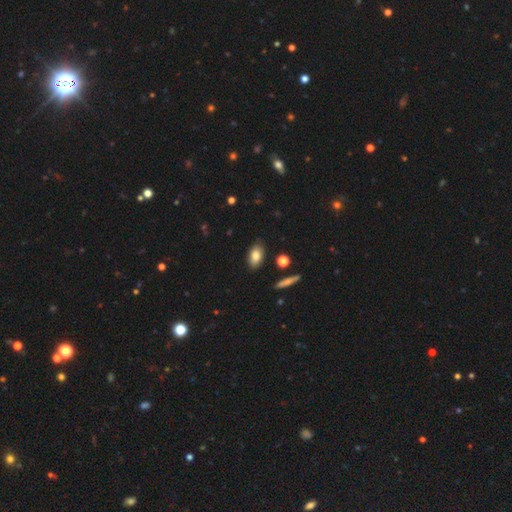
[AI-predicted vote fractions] Morphology: type=smooth (81%); roundness=in between (89%); merging=none (85%).